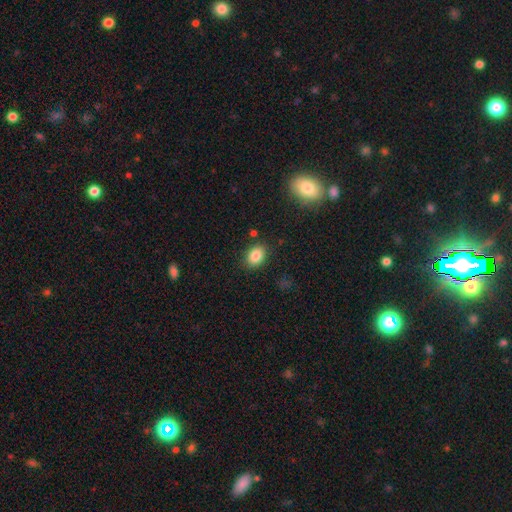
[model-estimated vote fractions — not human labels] Q: Smooth or featured?
A: smooth (85%); runner-up: star or artifact (10%)
Q: How rounded?
A: in between (68%); runner-up: round (31%)
Q: Merging?
A: none (85%); runner-up: minor disturbance (10%)